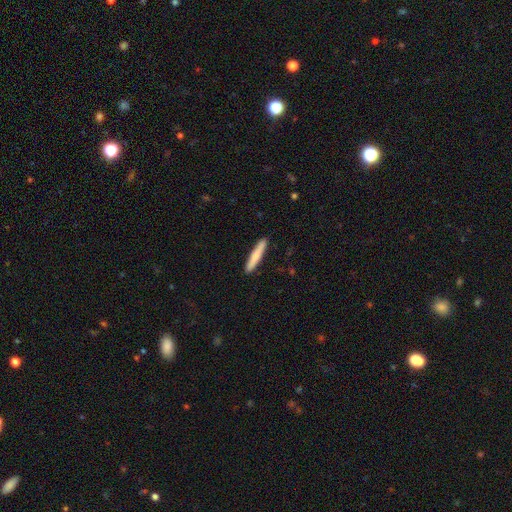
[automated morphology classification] smooth_or_featured: smooth (p=0.72) [alt: featured or disk p=0.23]
how_rounded: cigar-shaped (p=0.93) [alt: in between p=0.05]
merging: none (p=0.91) [alt: minor disturbance p=0.07]